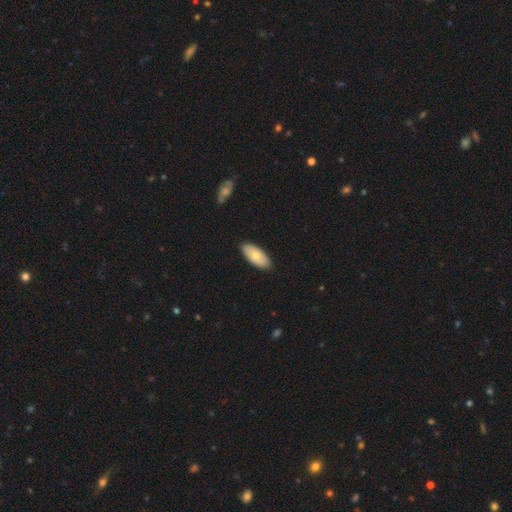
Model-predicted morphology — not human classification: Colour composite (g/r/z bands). It shows a smooth galaxy with no disk features (70%) that is in between round and cigar-shaped (91%). Merging: none (87%).